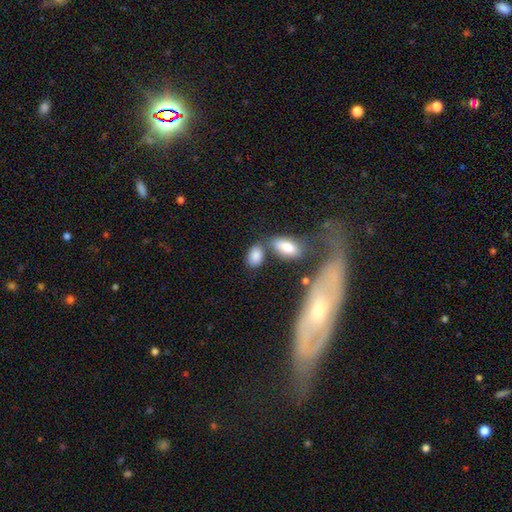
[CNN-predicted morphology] A smooth galaxy with no disk features (83%) that is in between round and cigar-shaped (87%). Merging: none (54%).